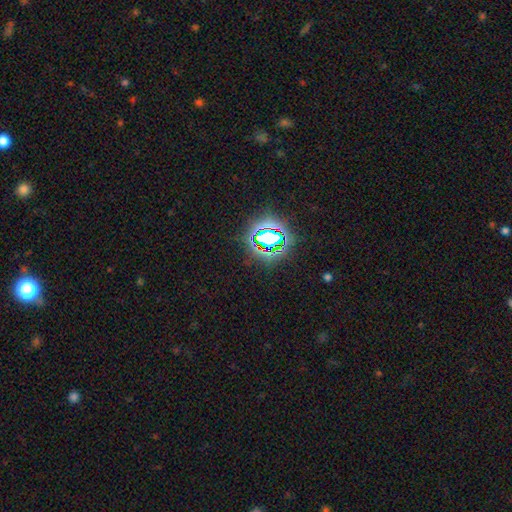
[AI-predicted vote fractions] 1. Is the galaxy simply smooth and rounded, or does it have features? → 80% star or artifact, 13% smooth, 7% featured or disk.